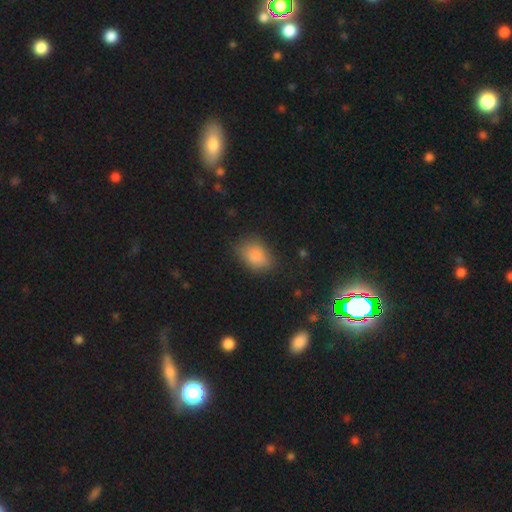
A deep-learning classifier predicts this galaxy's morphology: Smooth or featured? smooth (85%)
How rounded? in between (81%)
Merging? none (74%)